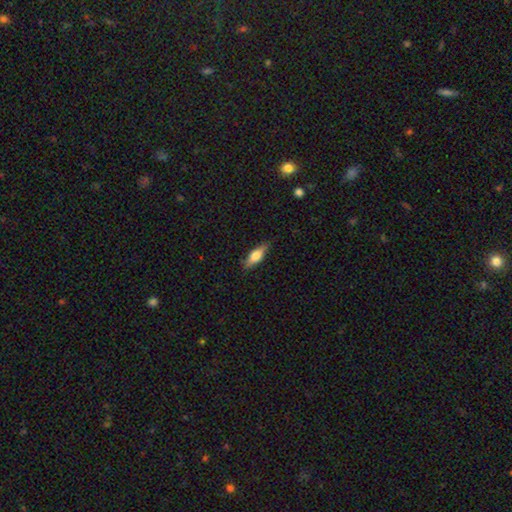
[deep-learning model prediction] smooth_or_featured: smooth (p=0.62) [alt: featured or disk p=0.32]
how_rounded: in between (p=0.56) [alt: cigar-shaped p=0.41]
merging: none (p=0.82) [alt: minor disturbance p=0.14]